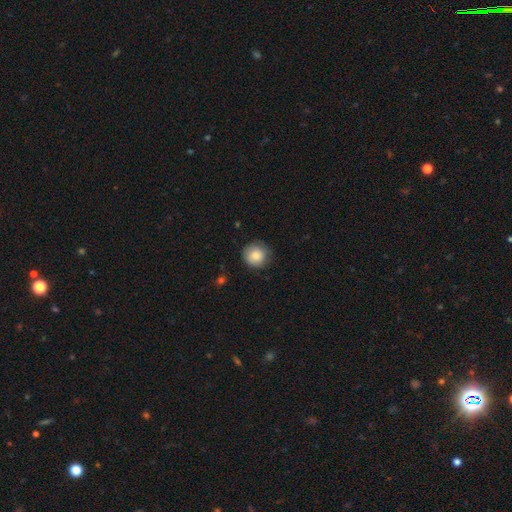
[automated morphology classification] smooth-or-featured: smooth: 84% | featured or disk: 8% | star or artifact: 8%
  how-rounded: round: 93% | in between: 6% | cigar-shaped: 1%
  merging: none: 82% | minor disturbance: 14% | major disturbance: 3% | merger: 1%